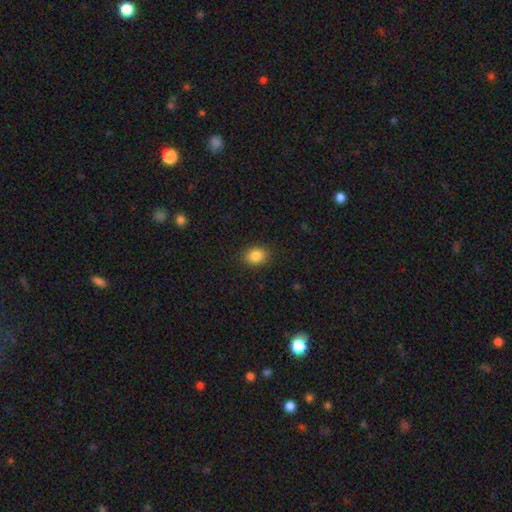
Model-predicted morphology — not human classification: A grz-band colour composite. It shows a smooth galaxy with no disk features (86%) that is in between round and cigar-shaped (52%). Merging: none (88%).